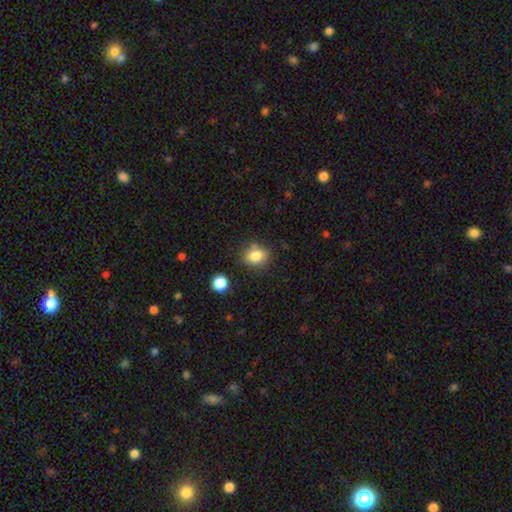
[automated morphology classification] smooth 82%, star or artifact 10%, featured or disk 8%. Down the decision tree: how rounded — in between (51%); merging — none (74%).